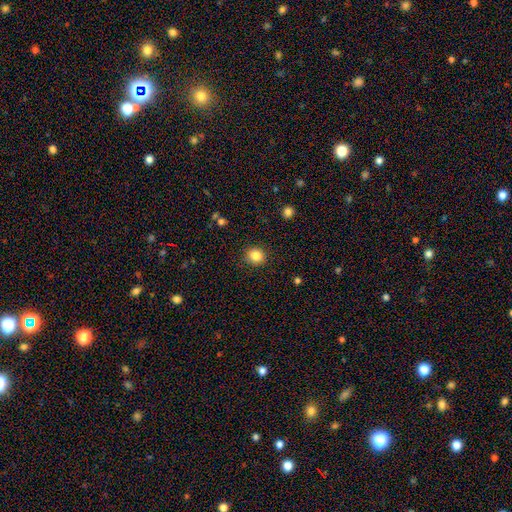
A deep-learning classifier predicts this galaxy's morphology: A smooth galaxy with no disk features (84%) that is round (86%). Merging: none (90%).